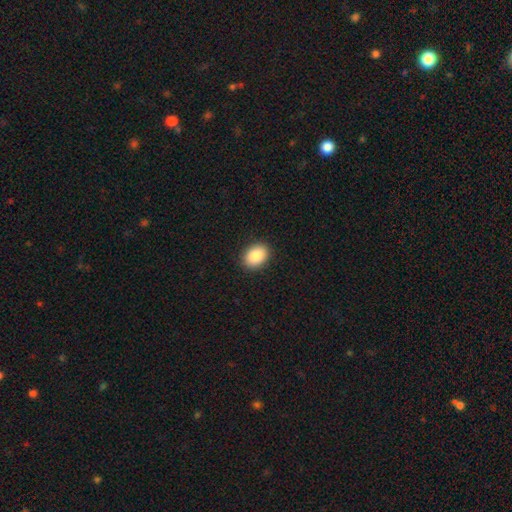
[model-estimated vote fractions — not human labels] This is clearly a smooth galaxy (88%). How rounded: likely in between (74%). Merging: clearly none (91%).